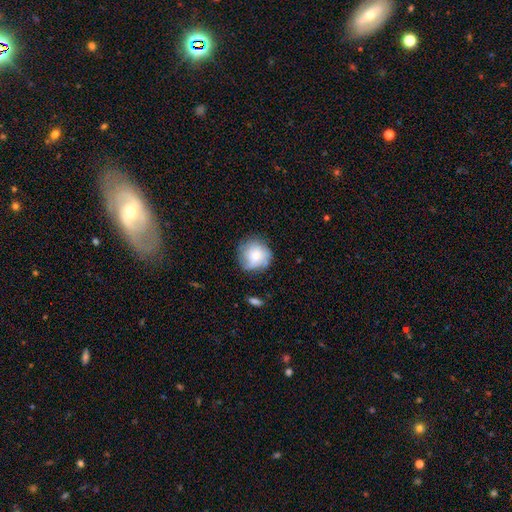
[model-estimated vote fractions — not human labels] This is likely a smooth galaxy (71%). How rounded: clearly round (89%). Merging: likely none (70%).